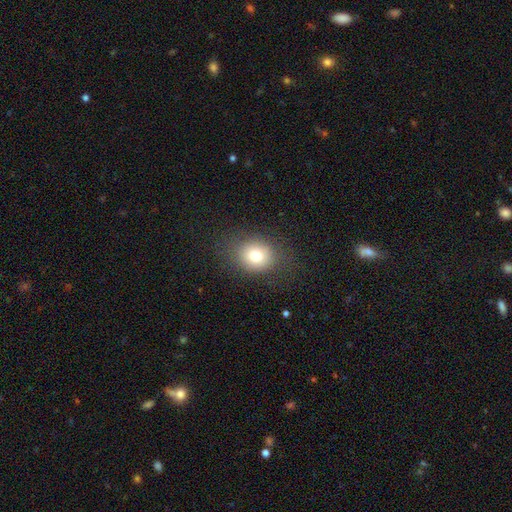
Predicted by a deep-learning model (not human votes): A smooth galaxy with no disk features (77%) that is round (58%).

Vote fractions:
- Smooth or featured? smooth: 77% / star or artifact: 13% / featured or disk: 11%
- How rounded? round: 58% / in between: 41% / cigar-shaped: 1%
- Merging? none: 81% / minor disturbance: 12% / major disturbance: 6% / merger: 1%